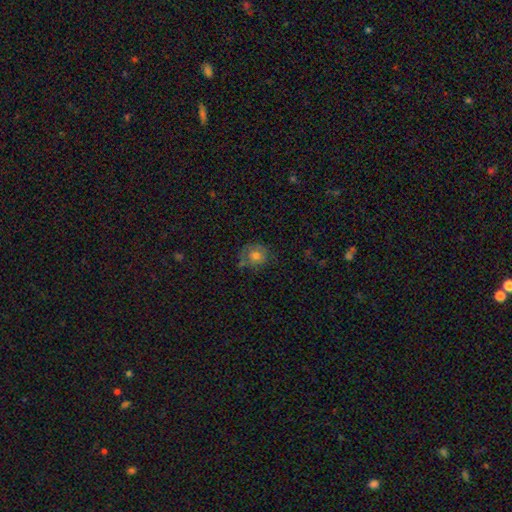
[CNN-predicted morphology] Smooth or featured: smooth — 69% (featured or disk — 19%)
How rounded: round — 82% (in between — 17%)
Merging: none — 64% (minor disturbance — 21%)